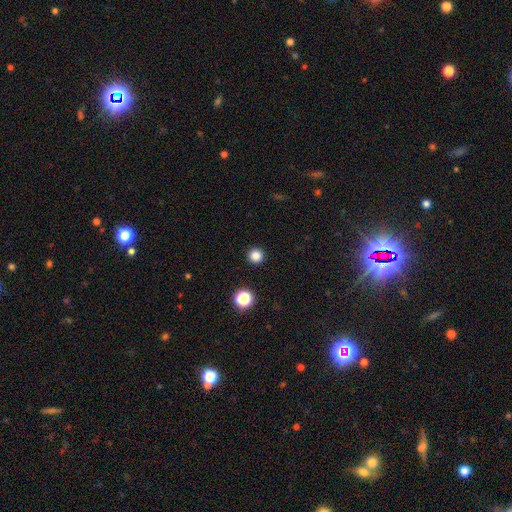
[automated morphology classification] A smooth galaxy with no disk features (84%) that is round (96%).

Vote fractions:
- Smooth or featured? smooth: 84% / star or artifact: 13% / featured or disk: 3%
- How rounded? round: 96% / in between: 3% / cigar-shaped: 1%
- Merging? none: 93% / minor disturbance: 4% / major disturbance: 2% / merger: 1%